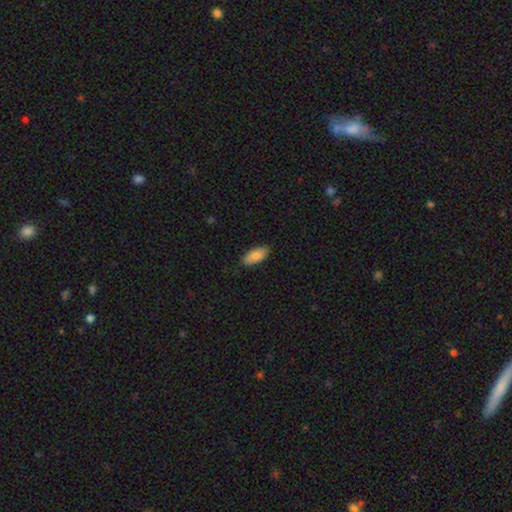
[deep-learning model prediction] Overall: smooth (81%). How rounded: in between (90%). Merging: none (81%).